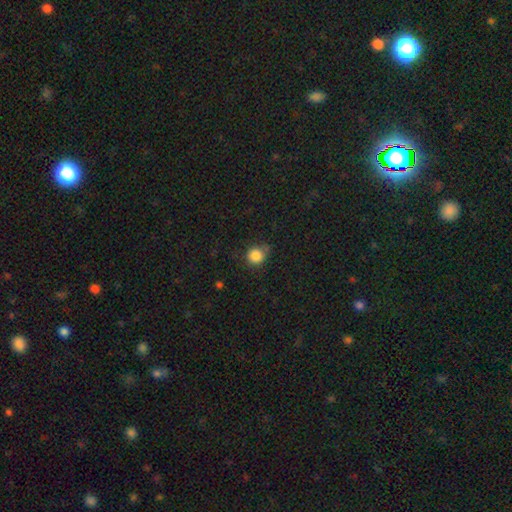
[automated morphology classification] Smooth or featured? smooth (84%)
How rounded? round (88%)
Merging? none (63%)